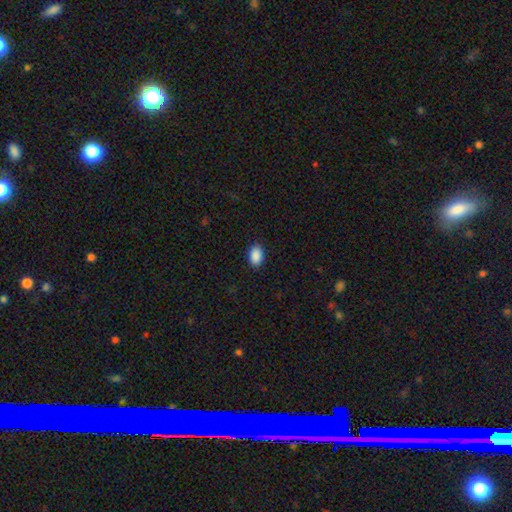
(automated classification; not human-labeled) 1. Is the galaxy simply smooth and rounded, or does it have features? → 90% smooth, 7% star or artifact, 2% featured or disk.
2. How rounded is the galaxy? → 90% in between, 8% round, 1% cigar-shaped.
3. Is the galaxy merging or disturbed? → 90% none, 7% minor disturbance, 2% major disturbance, 1% merger.